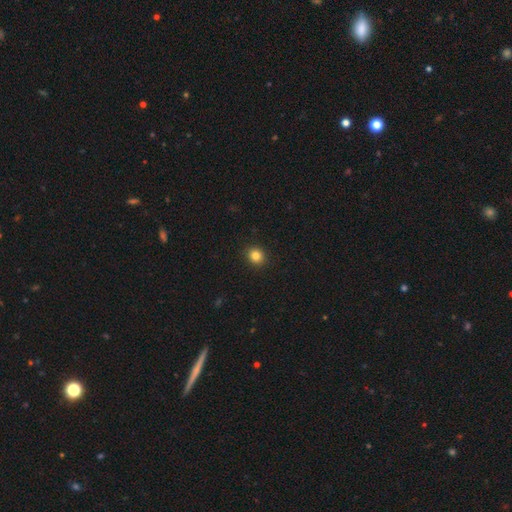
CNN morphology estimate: Overall: smooth (83%). How rounded: round (82%). Merging: none (92%).